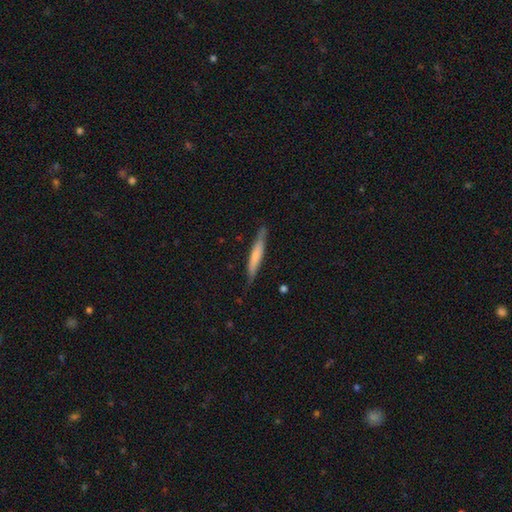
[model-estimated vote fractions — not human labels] smooth 60%, featured or disk 35%, star or artifact 5%. Down the decision tree: how rounded — cigar-shaped (93%); merging — none (80%).